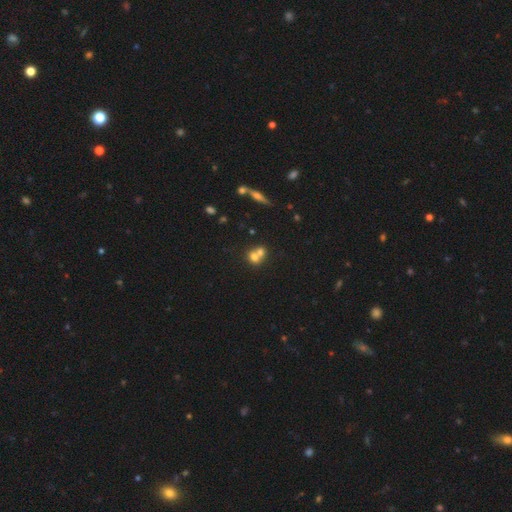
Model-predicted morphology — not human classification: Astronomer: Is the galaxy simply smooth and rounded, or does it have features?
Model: smooth — 68%.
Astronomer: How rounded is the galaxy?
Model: round — 74%.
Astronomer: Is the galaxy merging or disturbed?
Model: merger — 62%.